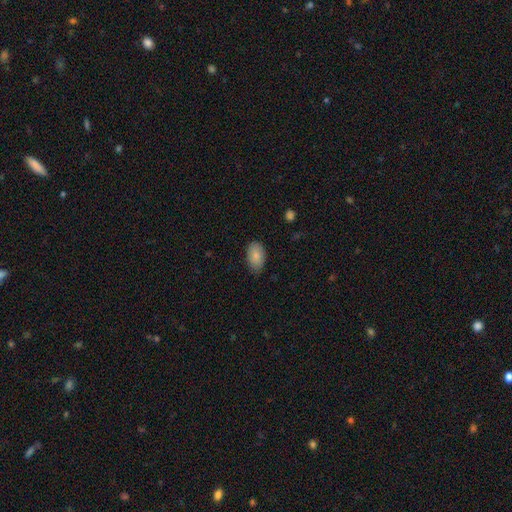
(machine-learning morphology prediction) type=smooth (86%); roundness=in between (93%); merging=none (79%).